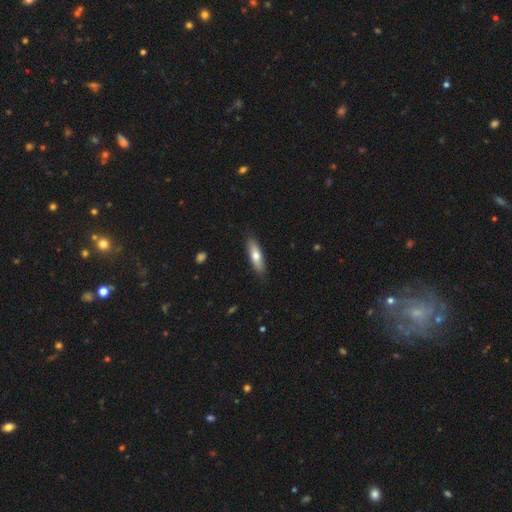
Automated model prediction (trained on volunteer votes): The model was most divided on "how rounded": cigar-shaped: 52%, in between: 46%, round: 2%. More confident: merging — none (87%); smooth or featured — smooth (69%).